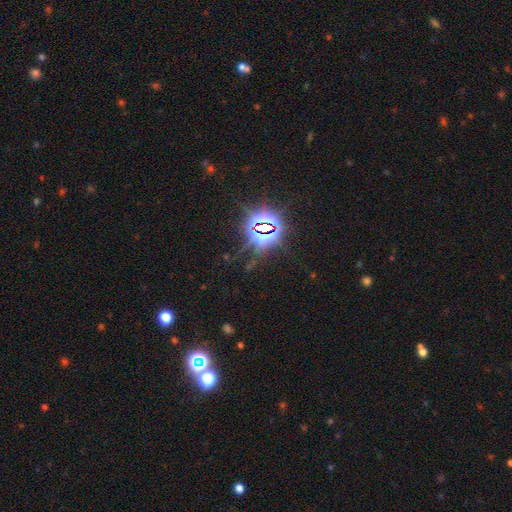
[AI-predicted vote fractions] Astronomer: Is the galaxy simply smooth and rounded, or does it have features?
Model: star or artifact — 83%.